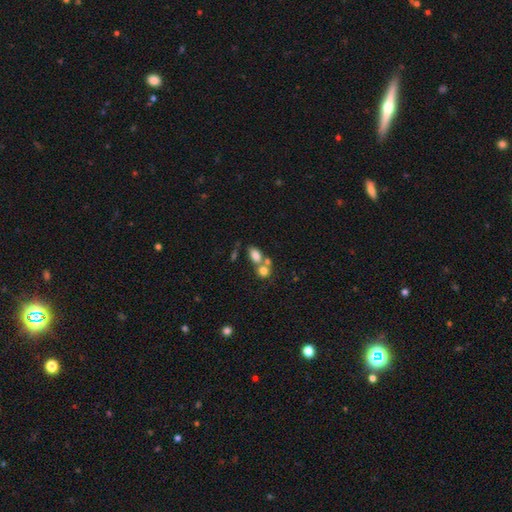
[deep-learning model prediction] smooth 76%, featured or disk 14%, star or artifact 10%. Down the decision tree: how rounded — in between (74%); merging — merger (48%).